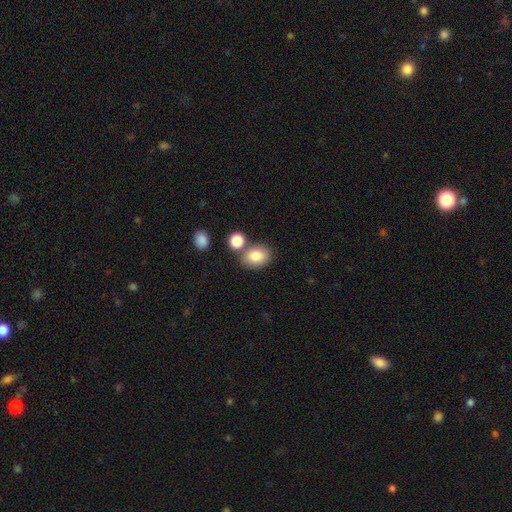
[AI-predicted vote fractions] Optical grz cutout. It shows a smooth galaxy with no disk features (84%) that is in between round and cigar-shaped (70%). Merging: none (66%).